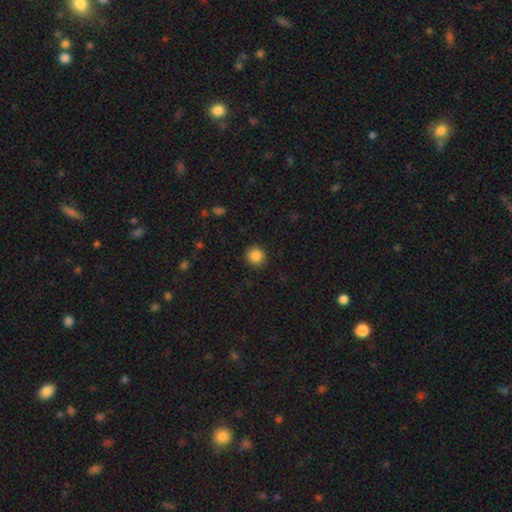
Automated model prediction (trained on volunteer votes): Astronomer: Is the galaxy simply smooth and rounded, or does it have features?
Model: smooth — 87%.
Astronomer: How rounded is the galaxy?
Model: round — 91%.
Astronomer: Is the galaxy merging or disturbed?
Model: none — 90%.